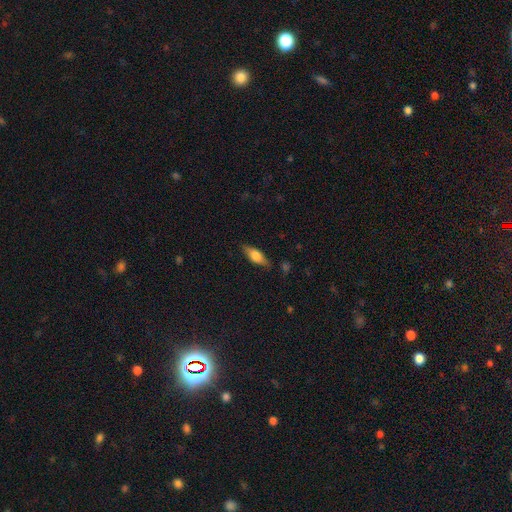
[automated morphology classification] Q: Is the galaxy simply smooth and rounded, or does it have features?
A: smooth — 63%.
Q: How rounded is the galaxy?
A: in between — 68%.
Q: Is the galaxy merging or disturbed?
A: none — 79%.